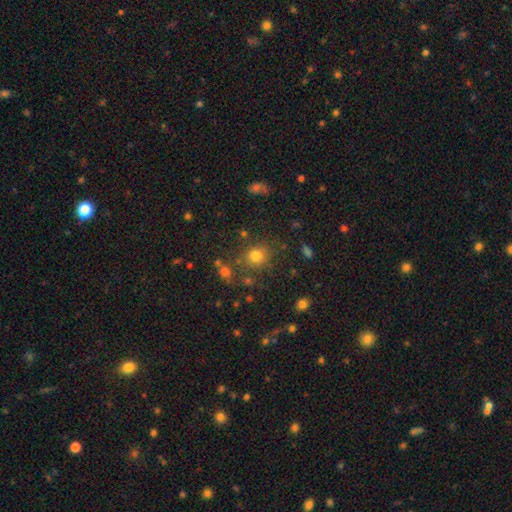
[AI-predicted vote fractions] Smooth or featured? Predicted: smooth (p=0.76). How rounded? Predicted: round (p=0.80). Merging? Predicted: none (p=0.75).